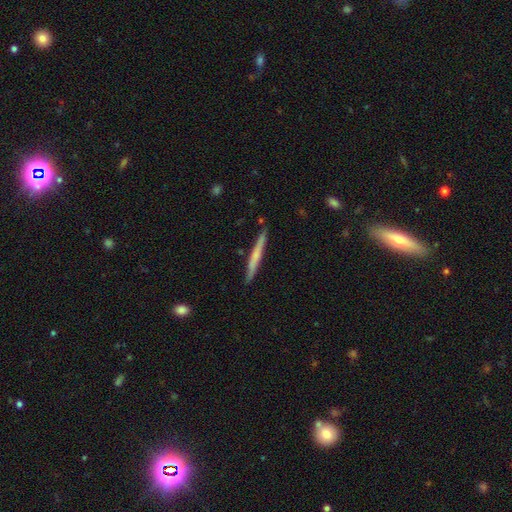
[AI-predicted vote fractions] smooth 48%, featured or disk 46%, star or artifact 5%. Down the decision tree: merging — none (89%).